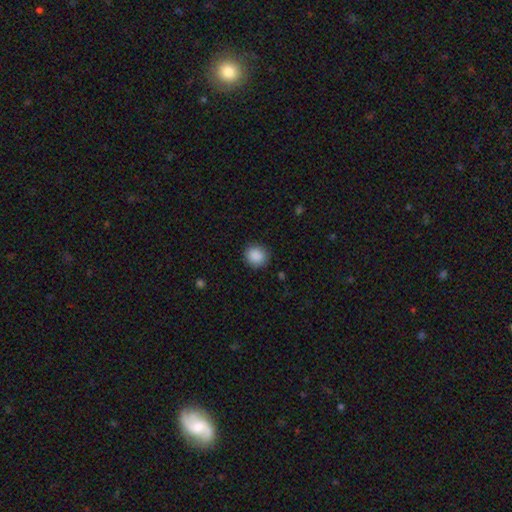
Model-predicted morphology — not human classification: Q: Smooth or featured?
A: smooth (89%); runner-up: star or artifact (9%)
Q: How rounded?
A: round (82%); runner-up: in between (17%)
Q: Merging?
A: none (89%); runner-up: minor disturbance (8%)